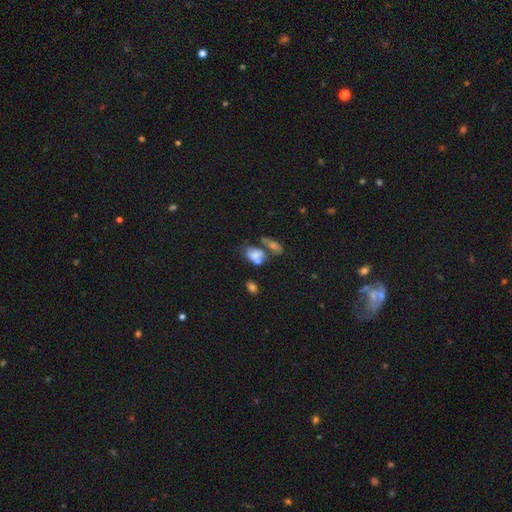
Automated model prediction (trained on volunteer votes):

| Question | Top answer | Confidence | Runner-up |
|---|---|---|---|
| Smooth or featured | smooth | 66% | featured or disk (20%) |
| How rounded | in between | 84% | round (14%) |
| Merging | merger | 44% | none (28%) |